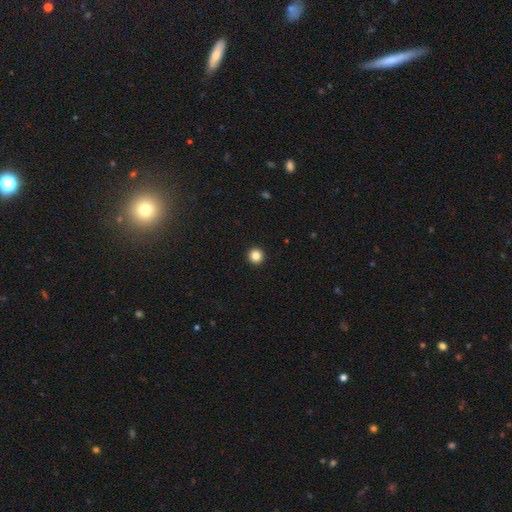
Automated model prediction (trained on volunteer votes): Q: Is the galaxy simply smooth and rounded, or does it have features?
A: smooth — 84%.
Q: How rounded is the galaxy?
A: round — 96%.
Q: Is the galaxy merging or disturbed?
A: none — 94%.